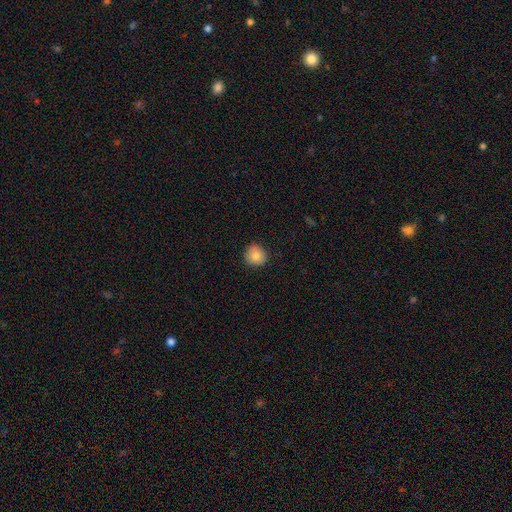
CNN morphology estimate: smooth_or_featured: smooth (p=0.83) [alt: star or artifact p=0.09]
how_rounded: round (p=0.88) [alt: in between p=0.11]
merging: none (p=0.87) [alt: minor disturbance p=0.10]